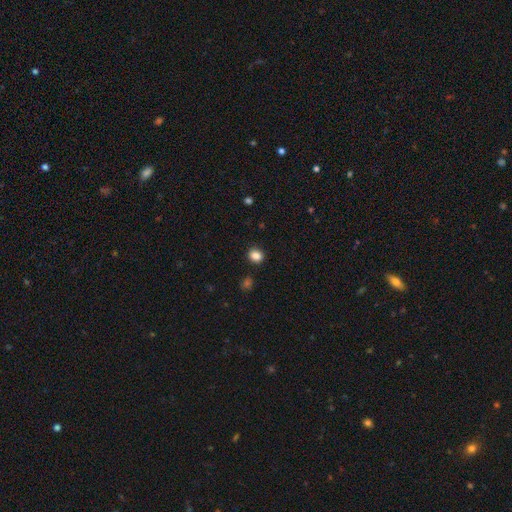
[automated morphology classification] This is clearly a smooth galaxy (85%). How rounded: possibly round (59%). Merging: clearly none (85%).